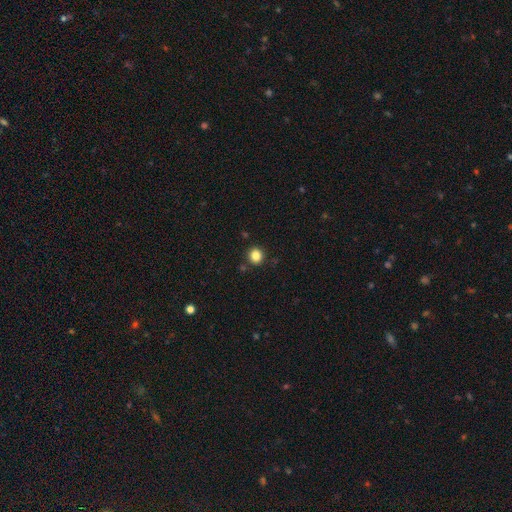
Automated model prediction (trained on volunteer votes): A smooth galaxy with no disk features (85%) that is round (83%).

Vote fractions:
- Smooth or featured? smooth: 85% / star or artifact: 11% / featured or disk: 4%
- How rounded? round: 83% / in between: 16% / cigar-shaped: 1%
- Merging? none: 88% / minor disturbance: 7% / merger: 3% / major disturbance: 2%